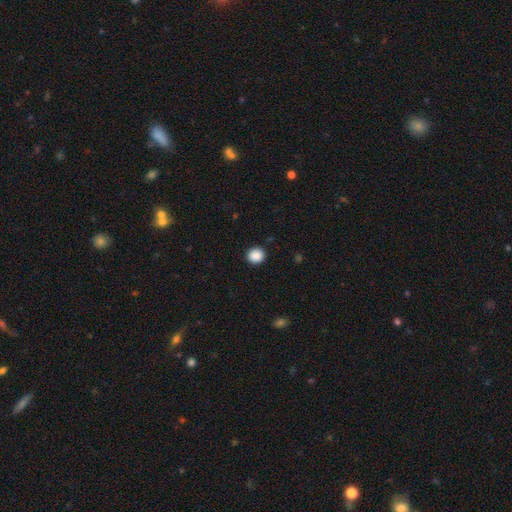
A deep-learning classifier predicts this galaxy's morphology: The model was most divided on "how rounded": round: 88%, in between: 12%, cigar-shaped: 1%. More confident: merging — none (92%); smooth or featured — smooth (89%).